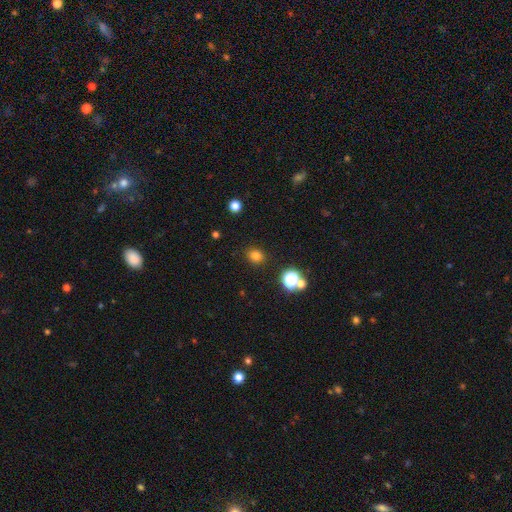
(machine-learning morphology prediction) This appears to be a smooth galaxy with no disk features (77%) that is round (71%). Merging: none (87%).